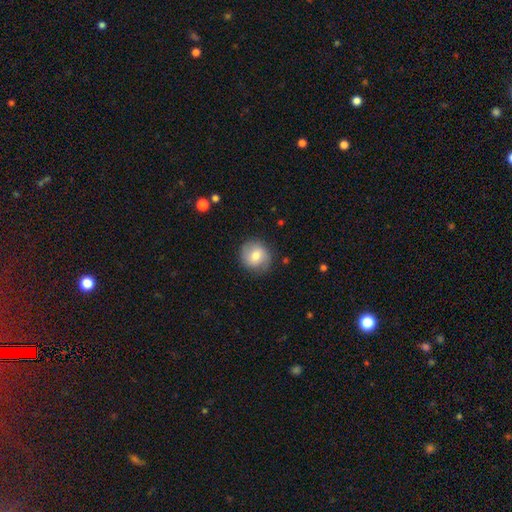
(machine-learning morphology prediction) smooth 71%, featured or disk 21%, star or artifact 8%. Down the decision tree: how rounded — round (89%); merging — none (83%).